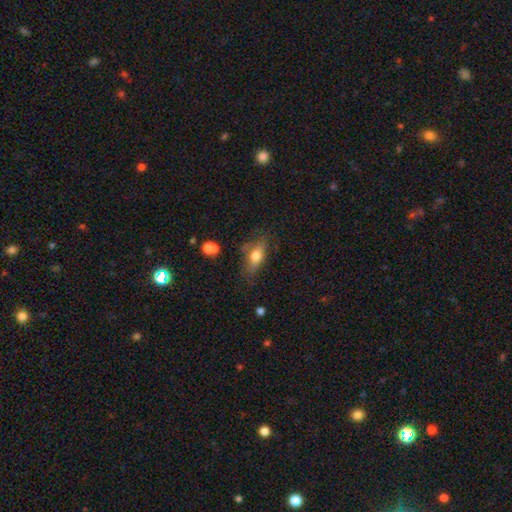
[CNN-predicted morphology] A smooth galaxy with no disk features (67%) that is in between round and cigar-shaped (74%). Merging: none (63%).